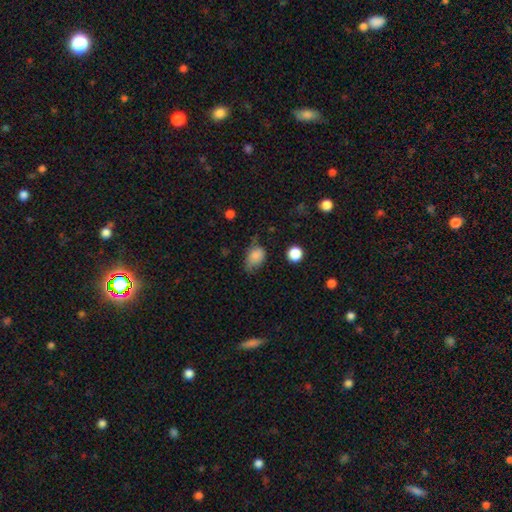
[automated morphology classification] Smooth or featured? smooth (81%)
How rounded? in between (77%)
Merging? minor disturbance (43%)